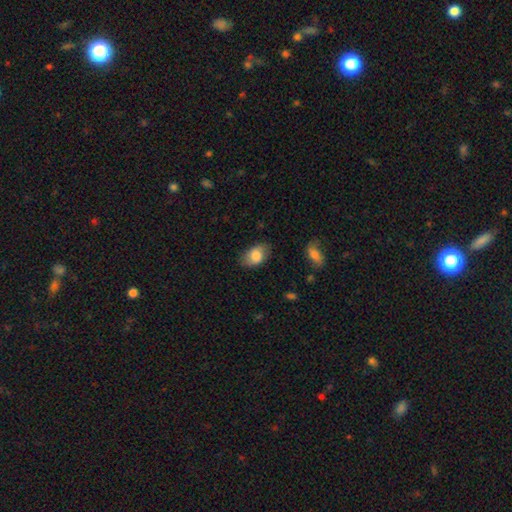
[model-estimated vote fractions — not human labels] smooth_or_featured: smooth (p=0.80) [alt: featured or disk p=0.13]
how_rounded: in between (p=0.87) [alt: round p=0.12]
merging: none (p=0.76) [alt: minor disturbance p=0.18]